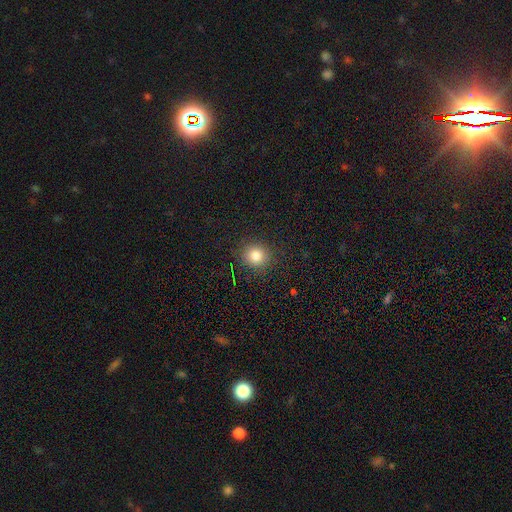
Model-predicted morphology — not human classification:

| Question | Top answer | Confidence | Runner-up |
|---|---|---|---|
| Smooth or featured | smooth | 82% | star or artifact (13%) |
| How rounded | round | 89% | in between (10%) |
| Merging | none | 89% | minor disturbance (7%) |